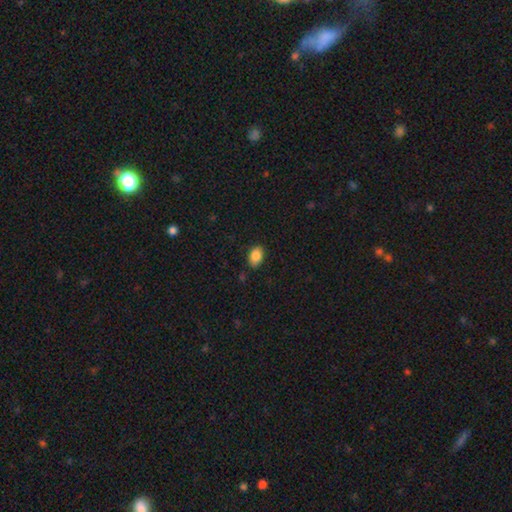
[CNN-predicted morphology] smooth_or_featured: smooth (p=0.87) [alt: star or artifact p=0.08]
how_rounded: in between (p=0.84) [alt: round p=0.15]
merging: none (p=0.85) [alt: minor disturbance p=0.12]